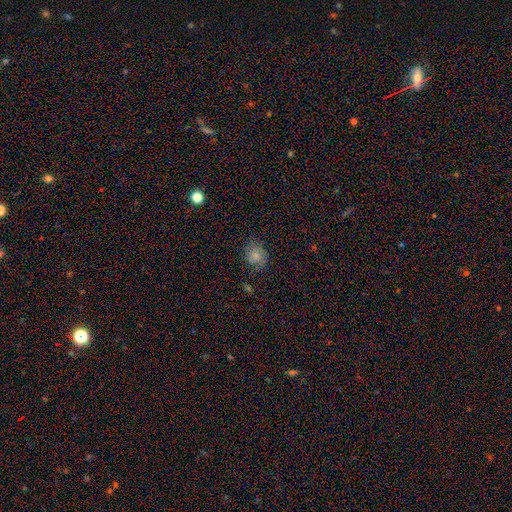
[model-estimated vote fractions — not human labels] A smooth galaxy with no disk features (76%) that is round (60%).

Vote fractions:
- Smooth or featured? smooth: 76% / star or artifact: 14% / featured or disk: 11%
- How rounded? round: 60% / in between: 39% / cigar-shaped: 1%
- Merging? none: 73% / minor disturbance: 20% / major disturbance: 5% / merger: 2%